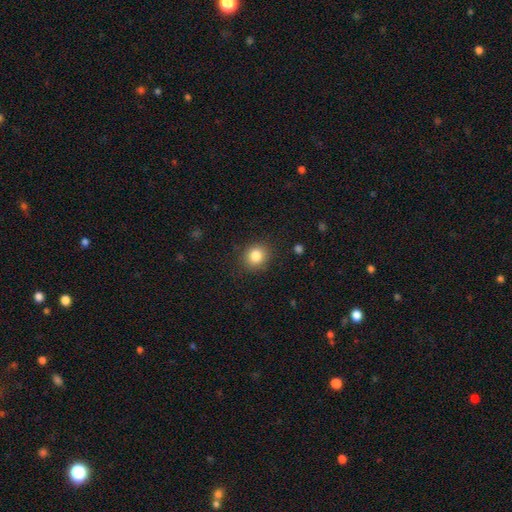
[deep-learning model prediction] This is clearly a smooth galaxy (84%). How rounded: likely round (78%). Merging: clearly none (87%).